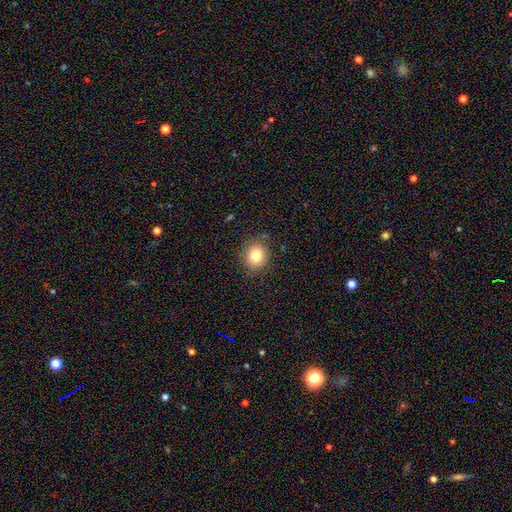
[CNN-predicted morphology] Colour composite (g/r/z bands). It shows a smooth galaxy with no disk features (80%) that is round (74%). Merging: none (85%).